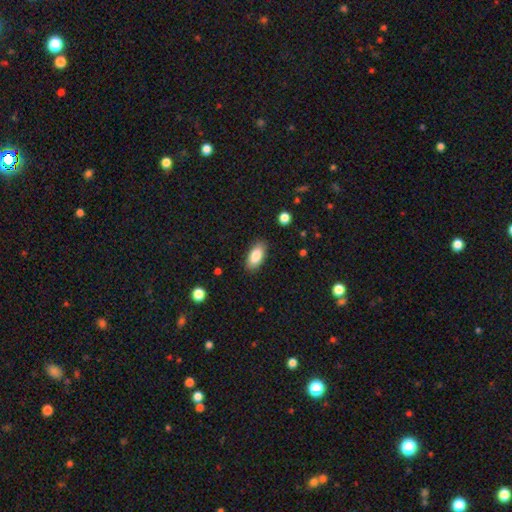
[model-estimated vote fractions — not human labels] A smooth galaxy with no disk features (84%) that is in between round and cigar-shaped (91%).

Vote fractions:
- Smooth or featured? smooth: 84% / featured or disk: 9% / star or artifact: 7%
- How rounded? in between: 91% / cigar-shaped: 6% / round: 3%
- Merging? none: 87% / minor disturbance: 10% / major disturbance: 2% / merger: 1%